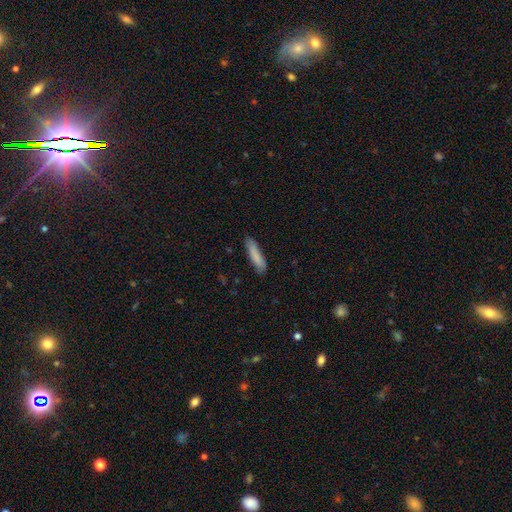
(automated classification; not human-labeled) smooth-or-featured: smooth: 84% | featured or disk: 10% | star or artifact: 6%
  how-rounded: cigar-shaped: 80% | in between: 19% | round: 1%
  merging: none: 80% | minor disturbance: 16% | major disturbance: 3% | merger: 2%